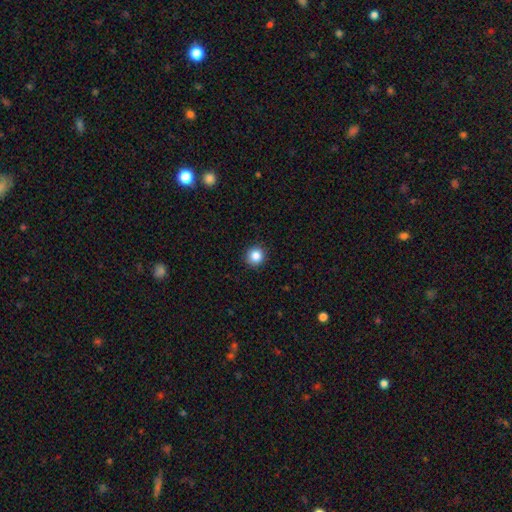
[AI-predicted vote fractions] Smooth or featured?
  - smooth: 85% *
  - star or artifact: 10%
  - featured or disk: 4%
How rounded?
  - round: 94% *
  - in between: 5%
  - cigar-shaped: 1%
Merging?
  - none: 92% *
  - minor disturbance: 5%
  - major disturbance: 2%
  - merger: 1%